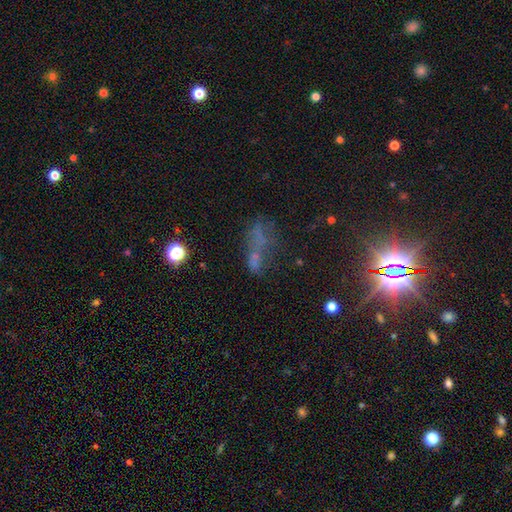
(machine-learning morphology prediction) Smooth or featured? Predicted: smooth (p=0.37). Merging? Predicted: none (p=0.36).